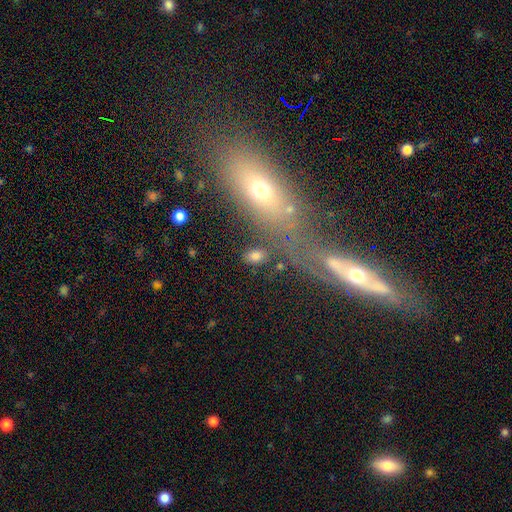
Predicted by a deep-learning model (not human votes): This is likely a smooth galaxy (75%). How rounded: clearly in between (84%). Merging: likely none (75%).